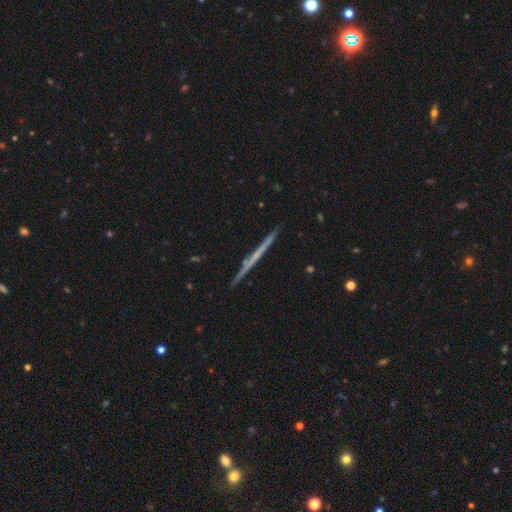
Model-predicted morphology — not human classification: Smooth or featured: featured or disk — 66% (smooth — 28%)
Edge-on disk: yes — 98% (no — 2%)
Edge-on bulge: none — 85% (rounded — 11%)
Merging: none — 91% (minor disturbance — 6%)